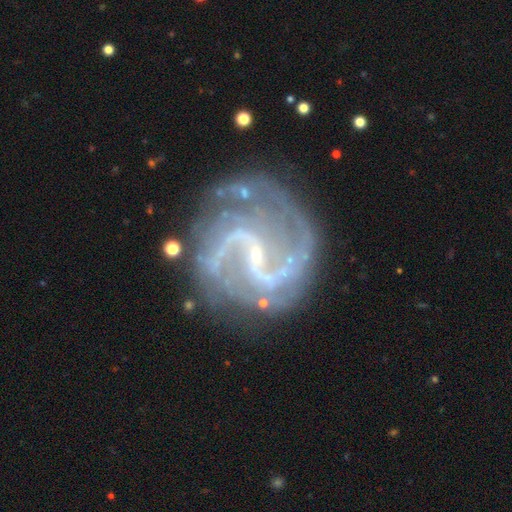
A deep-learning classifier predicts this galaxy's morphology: smooth_or_featured: featured or disk (p=0.92) [alt: star or artifact p=0.06]
disk_edge_on: no (p=0.98) [alt: yes p=0.02]
bar: weak (p=0.43) [alt: strong p=0.35]
has_spiral_arms: yes (p=0.98) [alt: no p=0.02]
spiral_winding: medium (p=0.50) [alt: loose p=0.34]
spiral_arm_count: 2 (p=0.81) [alt: 3 p=0.05]
bulge_size: small (p=0.87) [alt: moderate p=0.06]
merging: none (p=0.70) [alt: minor disturbance p=0.17]